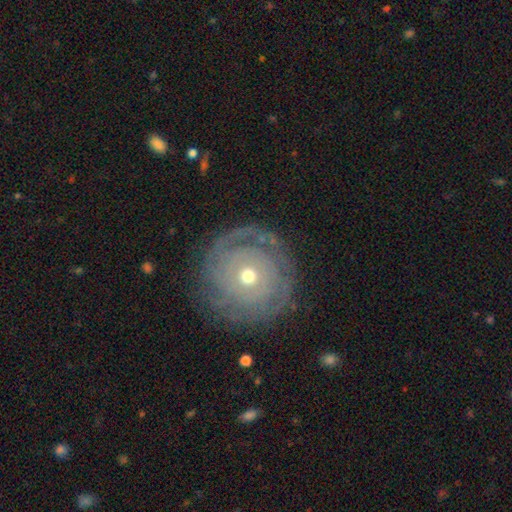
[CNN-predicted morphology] A featured or disk galaxy (80%) with no bar (83%), tight (87%) spiral arms (91%) and a moderate central bulge (51%). Merging: none (84%).